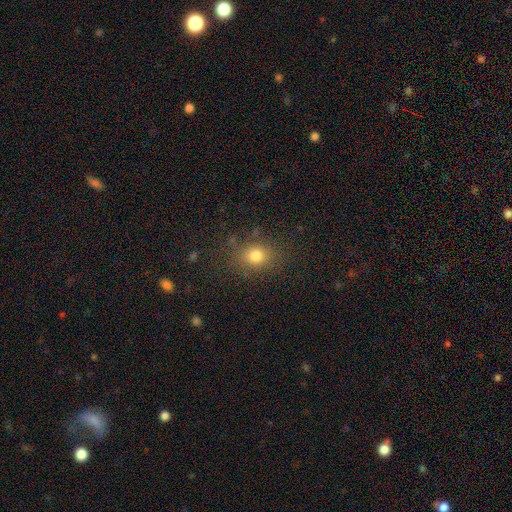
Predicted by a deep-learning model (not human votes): Overall: smooth (79%). How rounded: round (61%; in between 37%). Merging: none (81%).